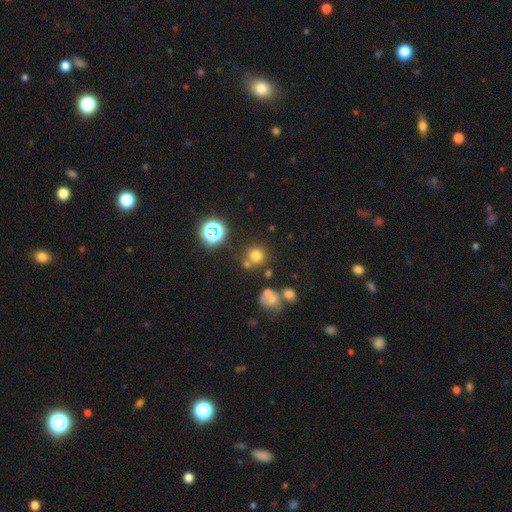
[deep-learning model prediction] Q: Smooth or featured?
A: smooth (69%); runner-up: star or artifact (23%)
Q: How rounded?
A: round (91%); runner-up: in between (8%)
Q: Merging?
A: none (71%); runner-up: merger (15%)